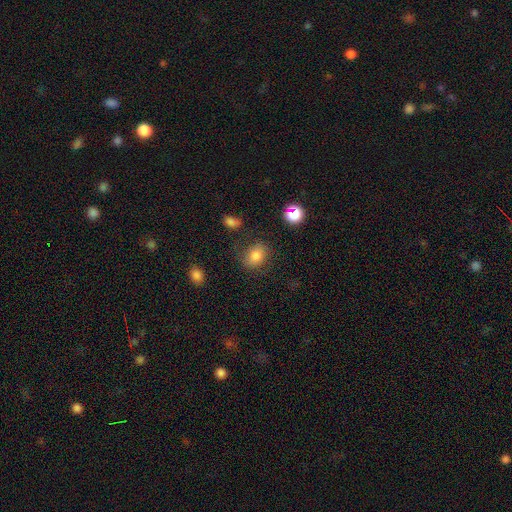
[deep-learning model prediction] Smooth or featured? Predicted: smooth (p=0.81). How rounded? Predicted: in between (p=0.58). Merging? Predicted: none (p=0.74).